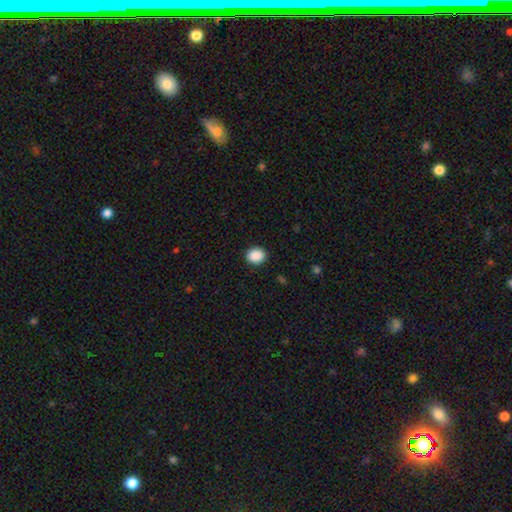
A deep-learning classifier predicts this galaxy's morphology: Smooth or featured? smooth (90%)
How rounded? round (62%)
Merging? none (90%)